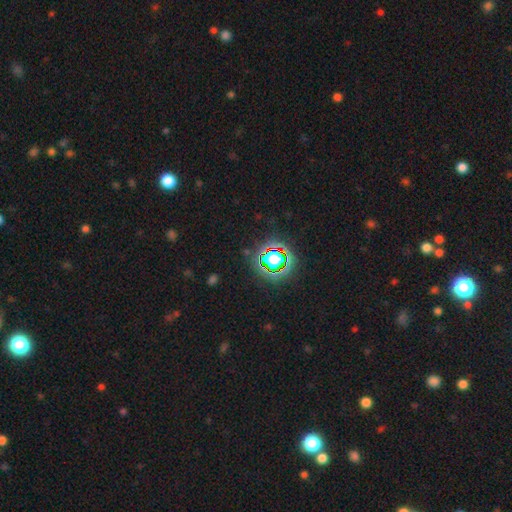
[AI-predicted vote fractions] Smooth or featured? star or artifact (79%)